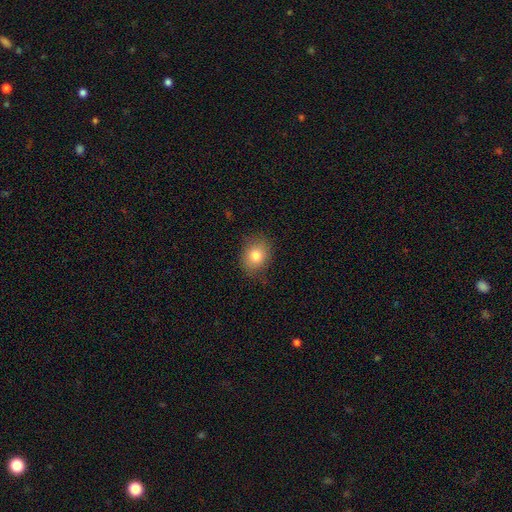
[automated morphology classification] smooth 80%, featured or disk 10%, star or artifact 10%. Down the decision tree: how rounded — round (56%); merging — none (80%).